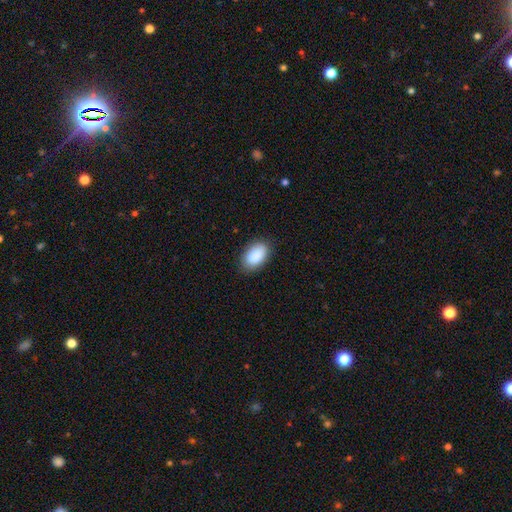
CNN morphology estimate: The model was most divided on "merging": none: 85%, minor disturbance: 11%, major disturbance: 2%, merger: 1%. More confident: how rounded — in between (94%); smooth or featured — smooth (91%).